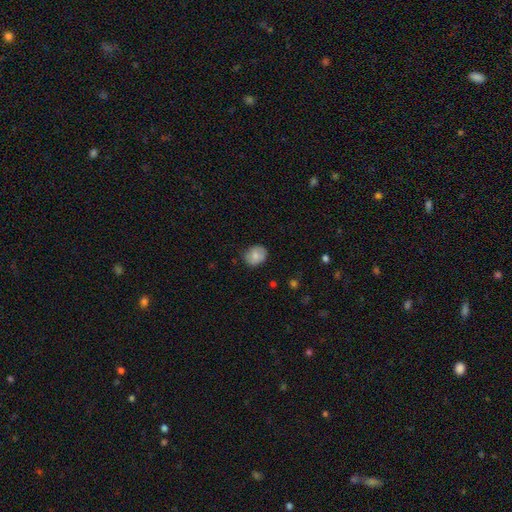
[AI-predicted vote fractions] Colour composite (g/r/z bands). It shows a smooth galaxy with no disk features (73%) that is round (56%). Merging: none (78%).